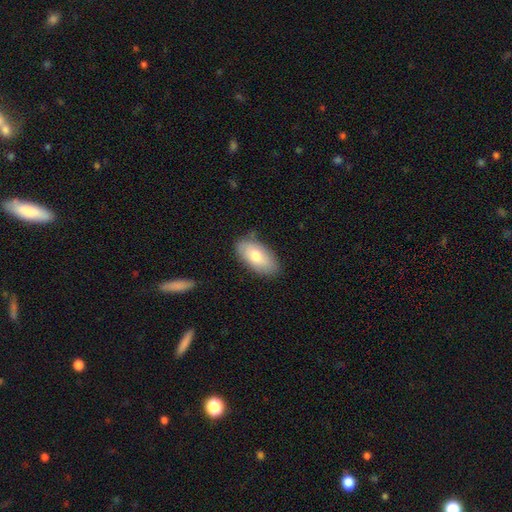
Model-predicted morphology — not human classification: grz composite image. It shows a smooth galaxy with no disk features (73%) that is in between round and cigar-shaped (93%). Merging: none (81%).